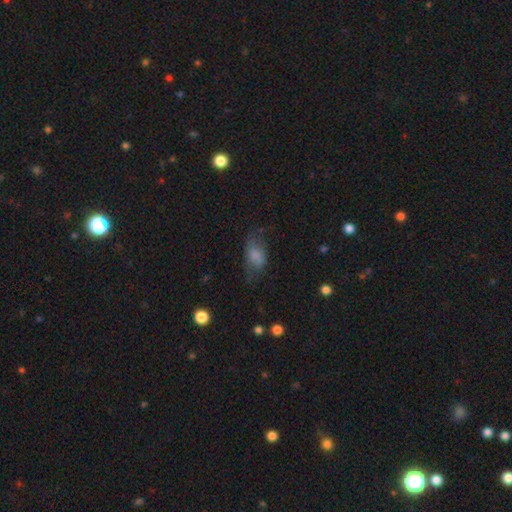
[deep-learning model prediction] smooth 71%, featured or disk 19%, star or artifact 10%. Down the decision tree: how rounded — in between (90%); merging — none (46%).